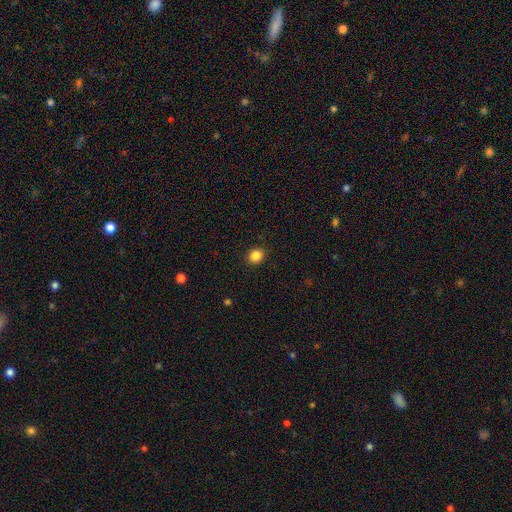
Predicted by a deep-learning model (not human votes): smooth_or_featured: smooth (p=0.86) [alt: star or artifact p=0.11]
how_rounded: round (p=0.69) [alt: in between p=0.31]
merging: none (p=0.90) [alt: minor disturbance p=0.07]